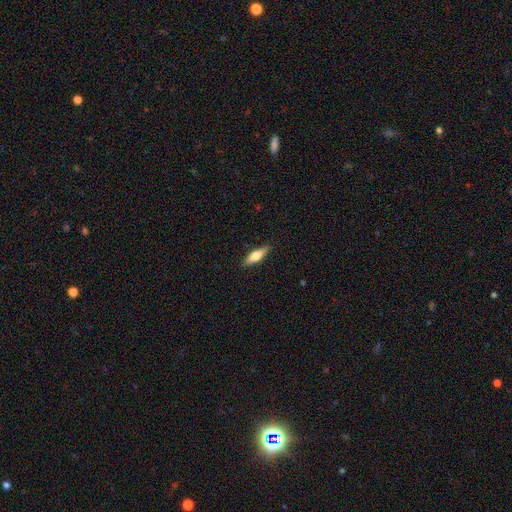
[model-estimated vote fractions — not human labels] smooth 50%, featured or disk 44%, star or artifact 6%. Down the decision tree: how rounded — cigar-shaped (57%); merging — none (89%).